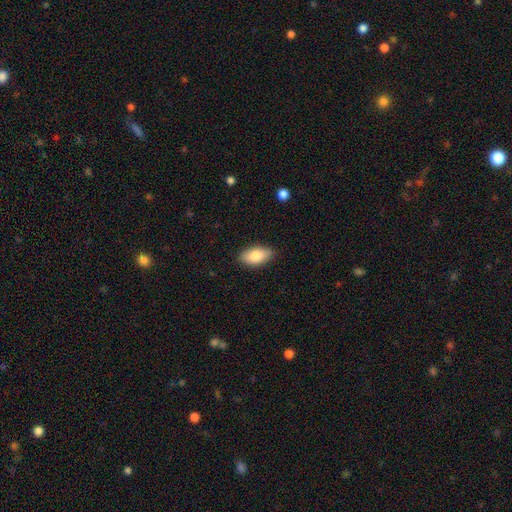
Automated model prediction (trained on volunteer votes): Q: Smooth or featured?
A: smooth (83%); runner-up: featured or disk (10%)
Q: How rounded?
A: in between (92%); runner-up: cigar-shaped (5%)
Q: Merging?
A: none (87%); runner-up: minor disturbance (10%)